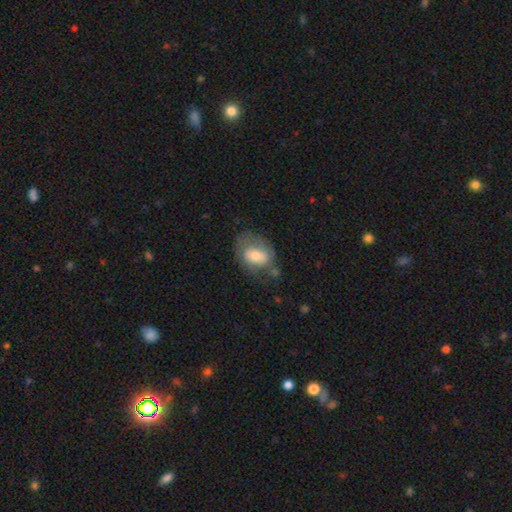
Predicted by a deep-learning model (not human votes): Overall: smooth (62%; featured or disk 31%). How rounded: in between (72%). Merging: none (47%; minor disturbance 28%).